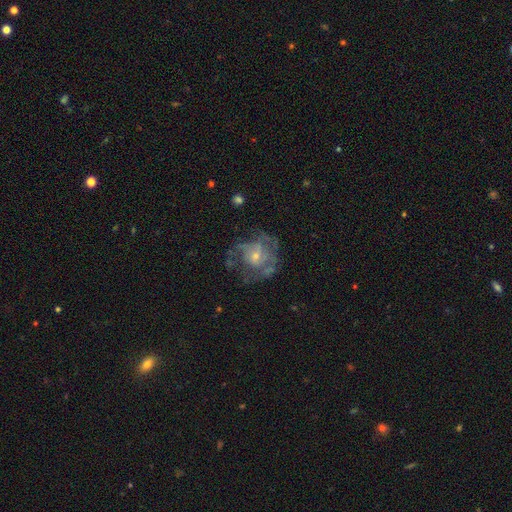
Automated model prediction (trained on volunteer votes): Smooth or featured?
  - featured or disk: 72% *
  - smooth: 19%
  - star or artifact: 9%
Edge-on disk?
  - no: 97% *
  - yes: 3%
Bar?
  - no: 68% *
  - weak: 27%
  - strong: 5%
Spiral arms?
  - yes: 66% *
  - no: 34%
Bulge size?
  - small: 62% *
  - moderate: 32%
  - none: 3%
  - large: 2%
  - dominant: 1%
Merging?
  - none: 53% *
  - major disturbance: 24%
  - minor disturbance: 20%
  - merger: 2%